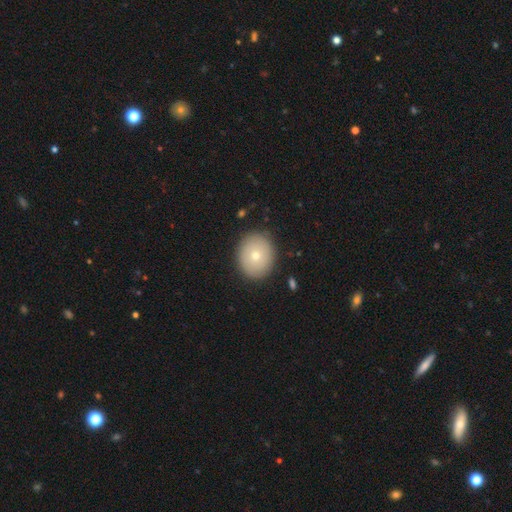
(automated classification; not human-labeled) Smooth or featured? smooth (70%)
How rounded? round (71%)
Merging? none (87%)